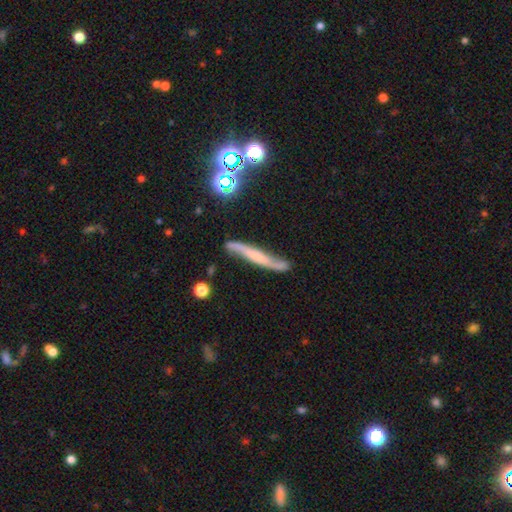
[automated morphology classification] Smooth or featured? featured or disk (67%)
Edge-on disk? yes (56%)
Merging? none (68%)